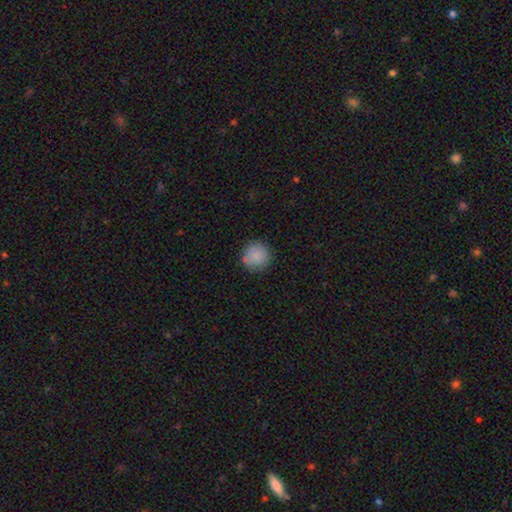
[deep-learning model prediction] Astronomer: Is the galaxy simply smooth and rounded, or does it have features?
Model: smooth — 86%.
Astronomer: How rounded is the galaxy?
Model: round — 94%.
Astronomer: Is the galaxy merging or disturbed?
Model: none — 82%.